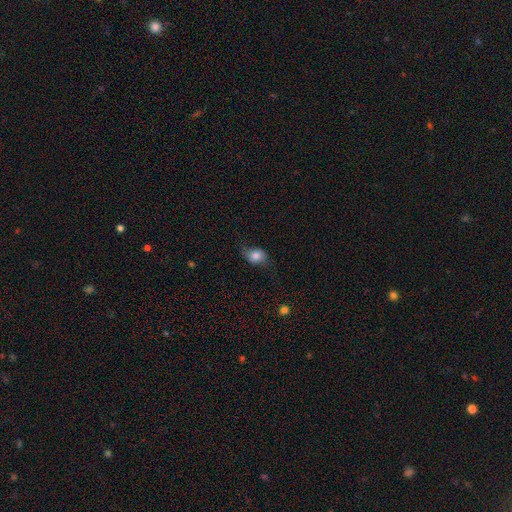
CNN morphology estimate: Smooth or featured? Predicted: smooth (p=0.76). How rounded? Predicted: in between (p=0.68). Merging? Predicted: none (p=0.63).